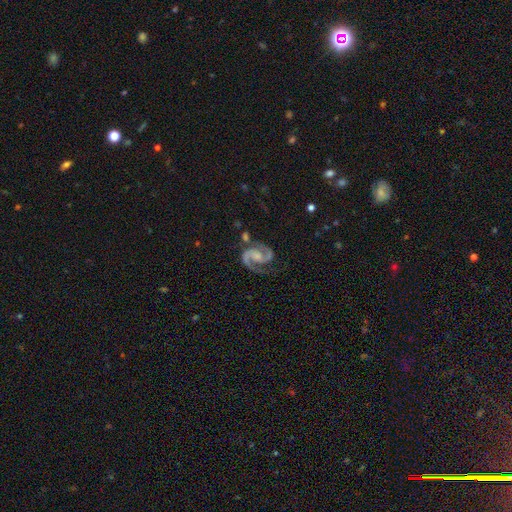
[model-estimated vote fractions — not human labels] Overall: featured or disk (93%). Edge-on disk: no (98%). Bar: no (51%; weak 36%). Spiral arms: yes (99%). Spiral arm count: 2 (94%). Spiral winding: medium (61%; tight 27%). Bulge size: small (34%; moderate 33%). Merging: none (73%).